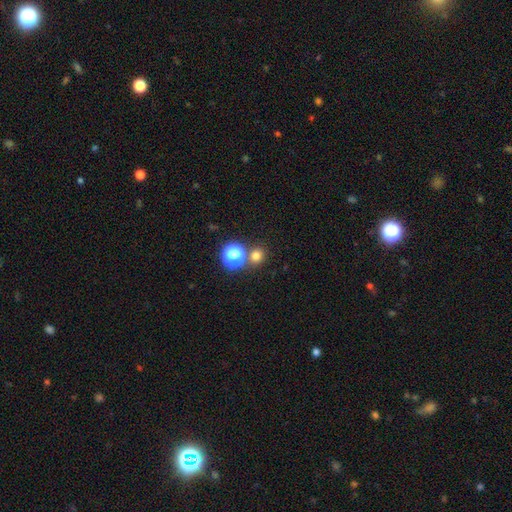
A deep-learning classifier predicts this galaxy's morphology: smooth-or-featured: smooth: 74% | star or artifact: 20% | featured or disk: 6%
  how-rounded: round: 84% | in between: 15% | cigar-shaped: 1%
  merging: none: 73% | merger: 17% | minor disturbance: 7% | major disturbance: 3%